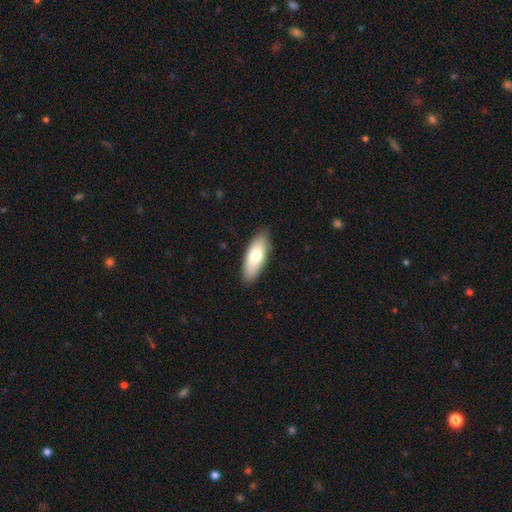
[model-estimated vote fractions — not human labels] Overall: smooth (72%). How rounded: in between (76%). Merging: none (85%).